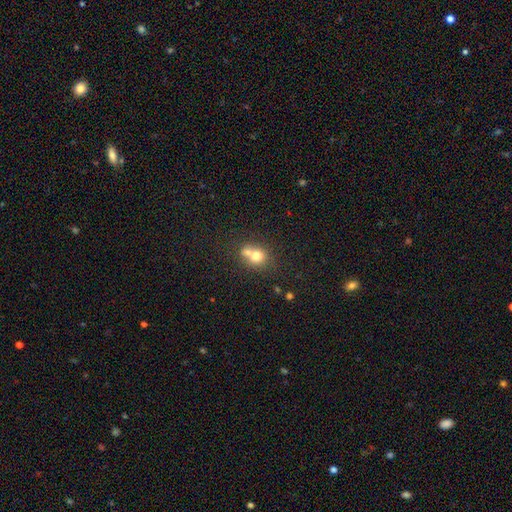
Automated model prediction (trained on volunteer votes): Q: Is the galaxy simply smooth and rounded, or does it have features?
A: smooth — 71%.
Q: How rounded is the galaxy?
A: round — 70%.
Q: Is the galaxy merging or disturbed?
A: merger — 52%.